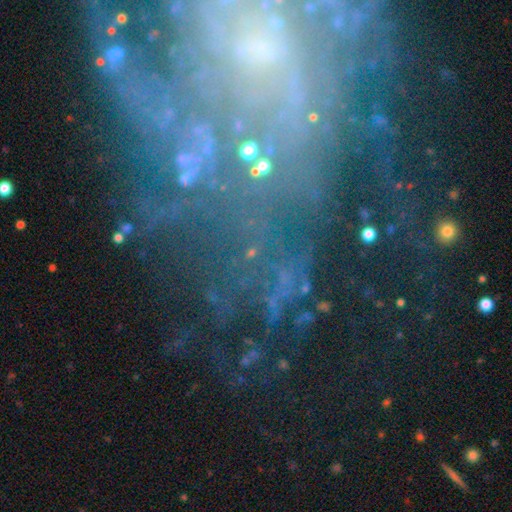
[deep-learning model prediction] smooth_or_featured: featured or disk (p=0.60) [alt: star or artifact p=0.28]
disk_edge_on: no (p=0.95) [alt: yes p=0.05]
bar: no (p=0.67) [alt: weak p=0.21]
has_spiral_arms: yes (p=0.74) [alt: no p=0.26]
bulge_size: small (p=0.52) [alt: none p=0.23]
merging: none (p=0.57) [alt: major disturbance p=0.21]